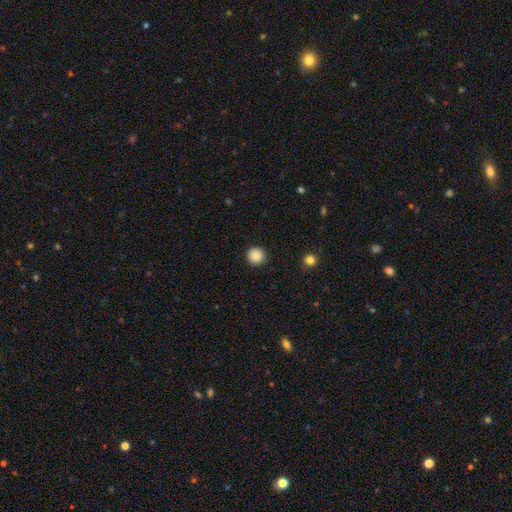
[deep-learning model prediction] A smooth galaxy with no disk features (88%) that is round (96%).

Vote fractions:
- Smooth or featured? smooth: 88% / star or artifact: 9% / featured or disk: 3%
- How rounded? round: 96% / in between: 3% / cigar-shaped: 1%
- Merging? none: 92% / minor disturbance: 5% / major disturbance: 2% / merger: 1%